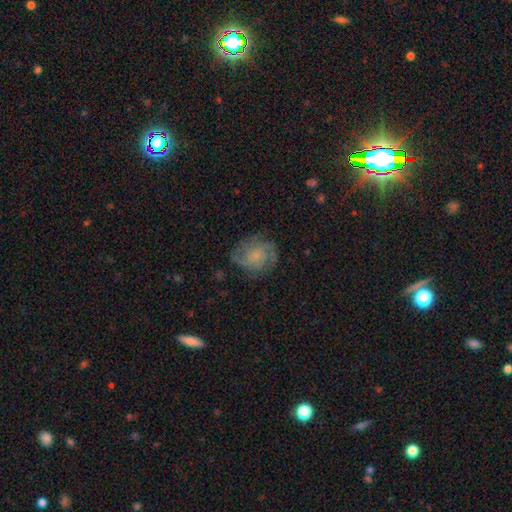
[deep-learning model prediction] This appears to be a featured or disk galaxy (67%) with no bar (73%), 3 (28%) medium (43%) spiral arms (92%) and a small central bulge (57%). Merging: none (72%).